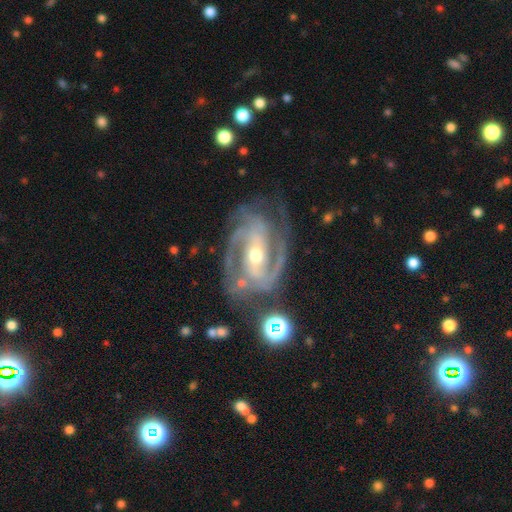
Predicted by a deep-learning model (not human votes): featured or disk 92%, star or artifact 5%, smooth 3%. Down the decision tree: edge-on disk — no (97%); bar — strong (38%); spiral arms — yes (98%); spiral arm count — 2 (62%); spiral winding — medium (48%); bulge size — moderate (60%); merging — none (64%).